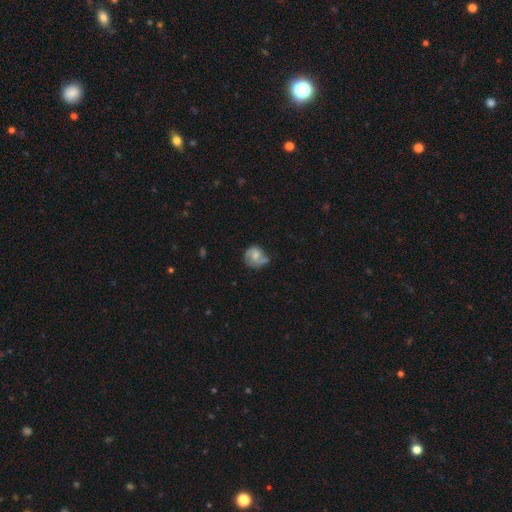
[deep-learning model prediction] A featured or disk galaxy (60%) with no bar (65%), 2 (62%) medium (43%) spiral arms (88%) and a moderate central bulge (45%).

Vote fractions:
- Smooth or featured? featured or disk: 60% / smooth: 32% / star or artifact: 8%
- Edge-on disk? no: 98% / yes: 2%
- Bar? no: 65% / weak: 31% / strong: 5%
- Spiral arms? yes: 88% / no: 12%
- Spiral winding? medium: 43% / tight: 34% / loose: 23%
- Spiral arm count? 2: 62% / 1: 17% / can't tell: 12% / 3: 5% / 4: 1% / more than 4: 1%
- Bulge size? moderate: 45% / small: 39% / none: 10% / large: 5% / dominant: 1%
- Merging? none: 50% / minor disturbance: 29% / major disturbance: 14% / merger: 6%